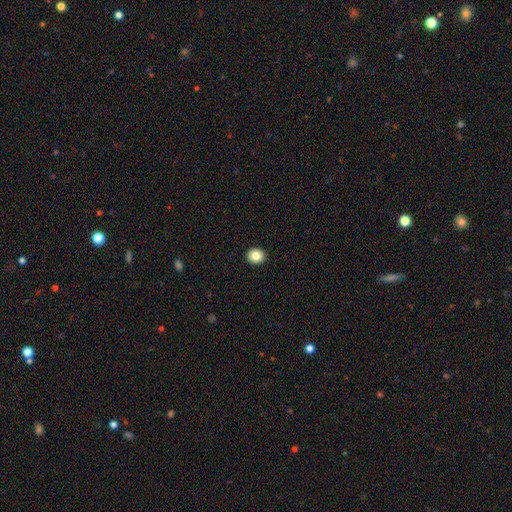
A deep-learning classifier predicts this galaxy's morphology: type=smooth (84%); roundness=round (78%); merging=none (93%).